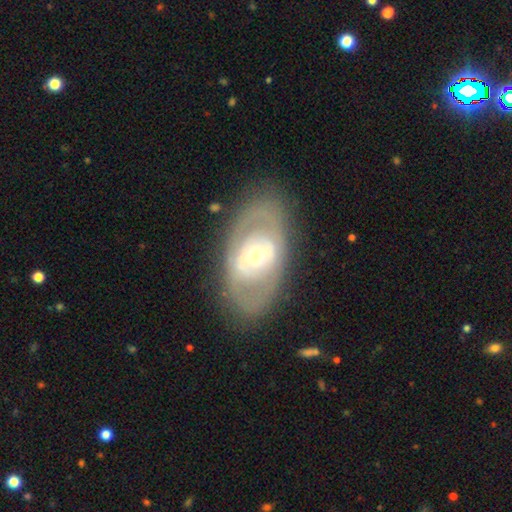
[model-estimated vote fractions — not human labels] This is likely a featured or disk galaxy (71%). It is clearly not viewed edge-on (92%). Bar: possibly no (55%). Spiral arm pattern: likely no (62%). Central bulge: likely moderate (63%). Merging: likely none (80%).